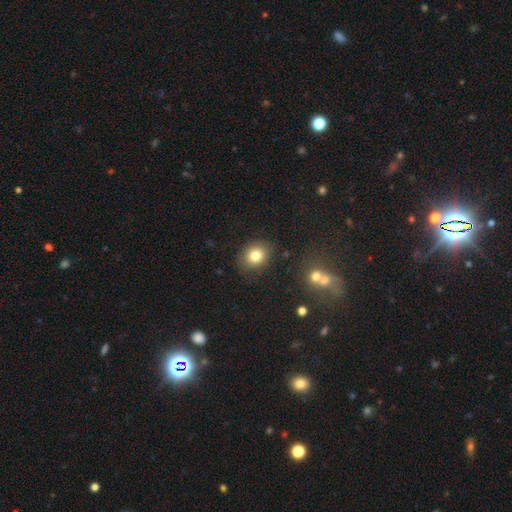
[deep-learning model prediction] Q: Smooth or featured?
A: smooth (81%); runner-up: star or artifact (11%)
Q: How rounded?
A: round (63%); runner-up: in between (36%)
Q: Merging?
A: none (84%); runner-up: minor disturbance (10%)